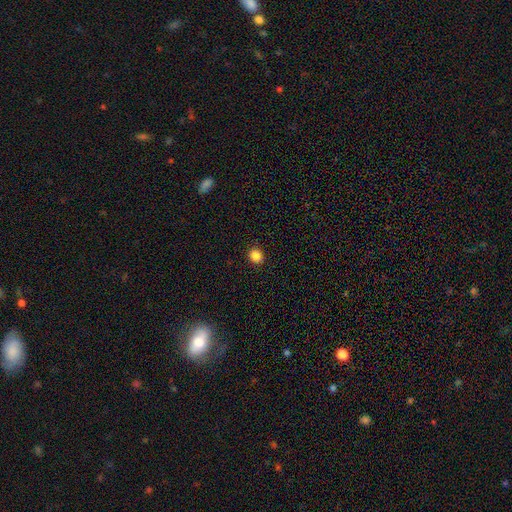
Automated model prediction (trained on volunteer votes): smooth-or-featured: smooth: 86% | star or artifact: 11% | featured or disk: 3%
  how-rounded: round: 76% | in between: 23% | cigar-shaped: 1%
  merging: none: 92% | minor disturbance: 6% | major disturbance: 2% | merger: 1%